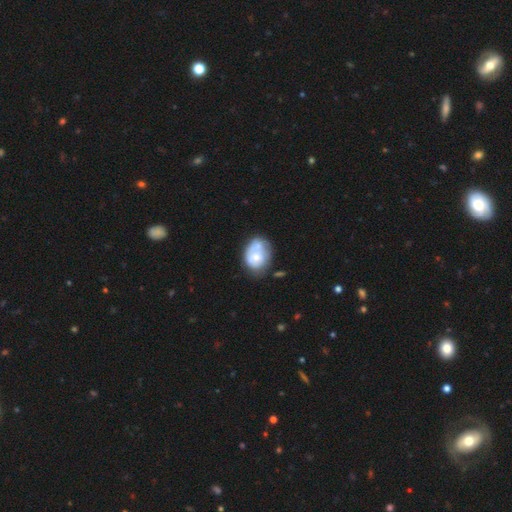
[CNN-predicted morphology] A smooth galaxy with no disk features (54%) that is in between round and cigar-shaped (63%).

Vote fractions:
- Smooth or featured? smooth: 54% / featured or disk: 38% / star or artifact: 7%
- How rounded? in between: 63% / round: 36% / cigar-shaped: 1%
- Merging? none: 35% / merger: 30% / minor disturbance: 24% / major disturbance: 12%